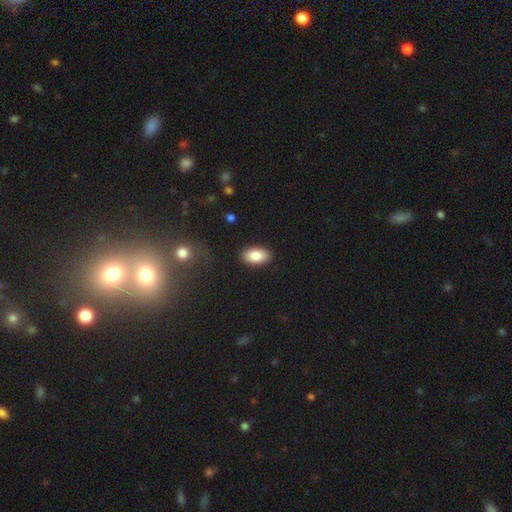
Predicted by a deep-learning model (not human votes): Smooth or featured: smooth — 86% (featured or disk — 7%)
How rounded: in between — 93% (round — 5%)
Merging: none — 89% (minor disturbance — 8%)